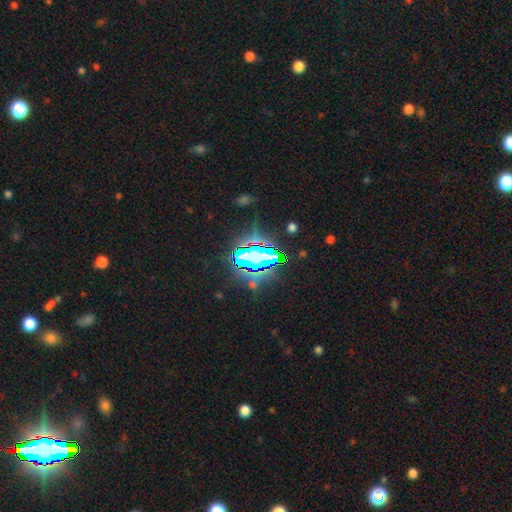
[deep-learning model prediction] Smooth or featured? Predicted: star or artifact (p=0.78).